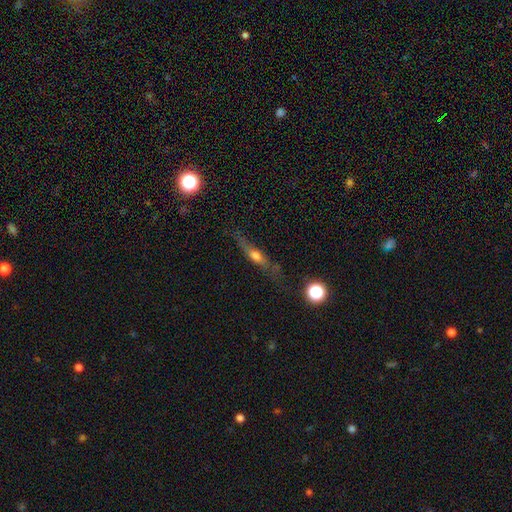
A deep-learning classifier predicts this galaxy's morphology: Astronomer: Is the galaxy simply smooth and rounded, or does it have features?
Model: featured or disk — 50% (runner-up: smooth, 40%).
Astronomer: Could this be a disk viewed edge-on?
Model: yes — 84%.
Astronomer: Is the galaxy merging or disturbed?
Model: none — 68%.